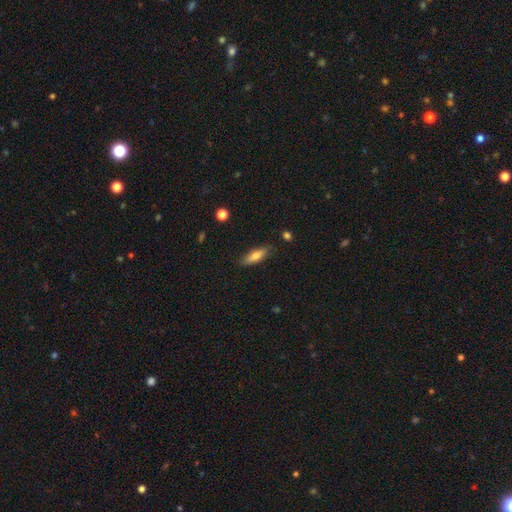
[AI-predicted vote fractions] Smooth or featured: smooth — 67% (featured or disk — 26%)
How rounded: cigar-shaped — 55% (in between — 42%)
Merging: none — 83% (minor disturbance — 13%)